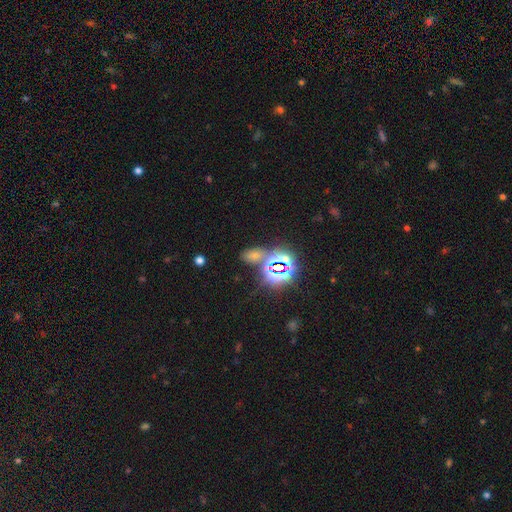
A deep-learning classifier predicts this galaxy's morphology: This appears to be a star or artifact, not a galaxy (67%).